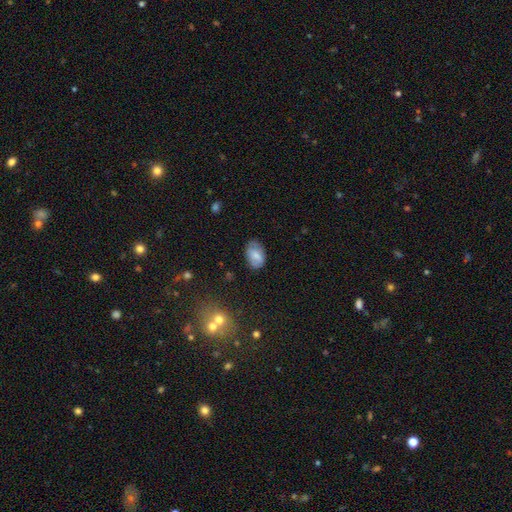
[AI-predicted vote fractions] smooth_or_featured: smooth (p=0.70) [alt: featured or disk p=0.21]
how_rounded: in between (p=0.90) [alt: round p=0.09]
merging: none (p=0.68) [alt: minor disturbance p=0.24]